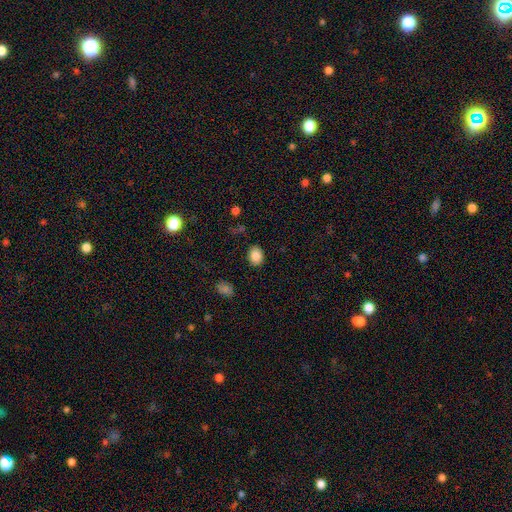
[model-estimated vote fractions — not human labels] A smooth galaxy with no disk features (86%) that is in between round and cigar-shaped (60%). Merging: none (87%).